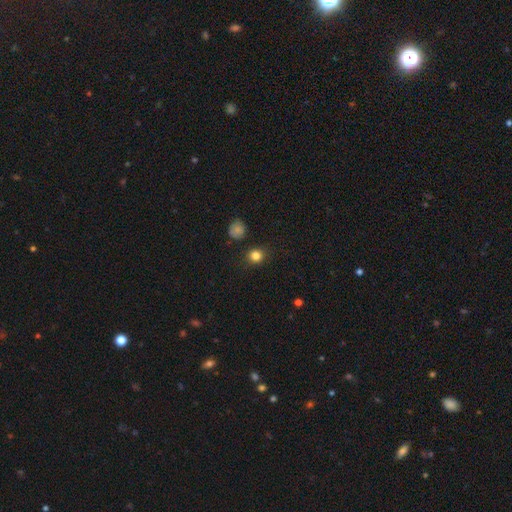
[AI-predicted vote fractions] smooth-or-featured: smooth: 82% | star or artifact: 13% | featured or disk: 5%
  how-rounded: round: 86% | in between: 13% | cigar-shaped: 1%
  merging: none: 86% | minor disturbance: 9% | major disturbance: 3% | merger: 2%